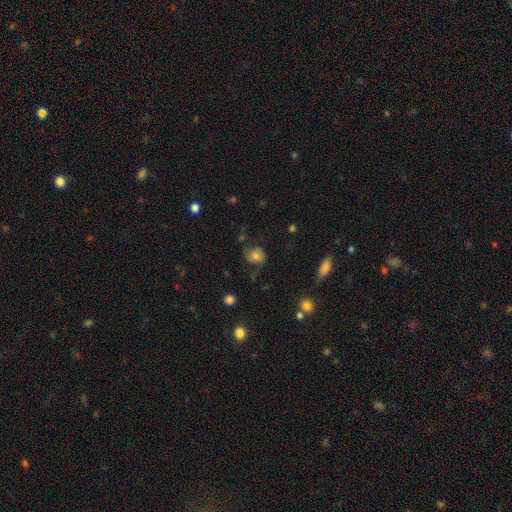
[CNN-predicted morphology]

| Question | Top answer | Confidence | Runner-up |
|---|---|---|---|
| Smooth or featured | smooth | 55% | featured or disk (33%) |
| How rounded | round | 66% | in between (33%) |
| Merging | none | 59% | minor disturbance (24%) |